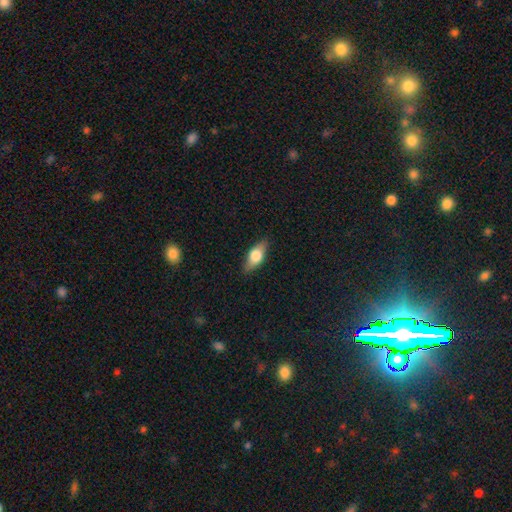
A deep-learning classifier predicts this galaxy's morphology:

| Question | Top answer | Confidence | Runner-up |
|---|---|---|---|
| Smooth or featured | smooth | 61% | featured or disk (33%) |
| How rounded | in between | 76% | cigar-shaped (20%) |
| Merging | none | 85% | minor disturbance (11%) |